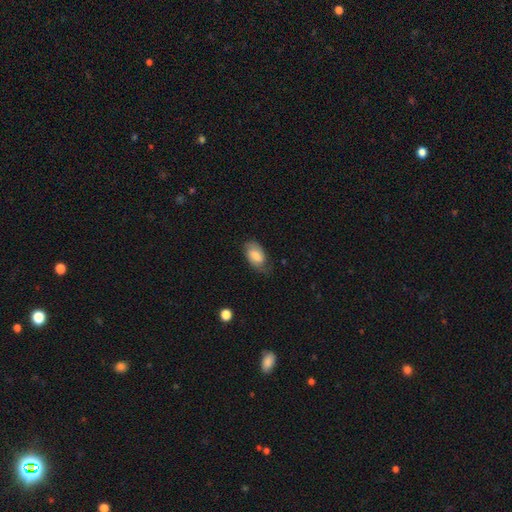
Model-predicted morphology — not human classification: This appears to be a smooth galaxy with no disk features (60%) that is in between round and cigar-shaped (92%). Merging: none (59%).